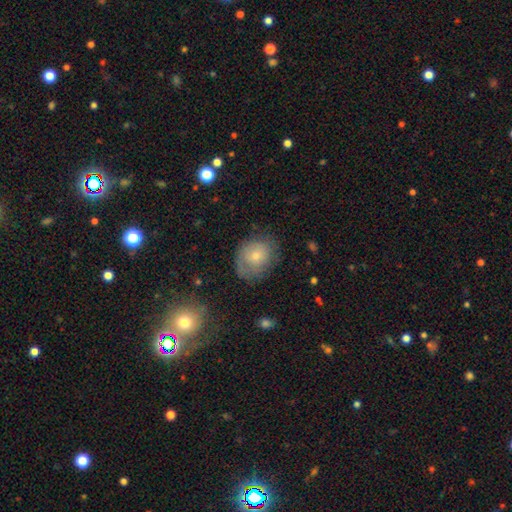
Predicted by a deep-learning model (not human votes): Smooth or featured? Predicted: smooth (p=0.66). How rounded? Predicted: round (p=0.57). Merging? Predicted: none (p=0.62).